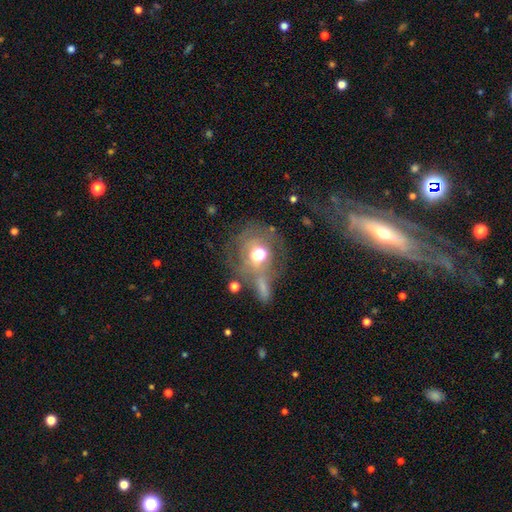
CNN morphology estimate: type=featured or disk (46%); merging=none (45%).